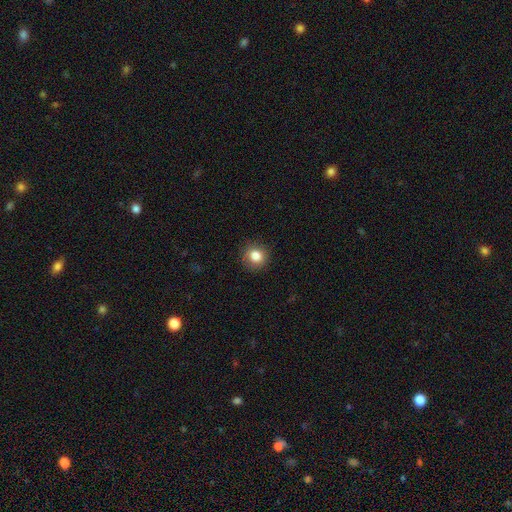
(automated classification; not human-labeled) smooth_or_featured: smooth (p=0.84) [alt: star or artifact p=0.10]
how_rounded: round (p=0.86) [alt: in between p=0.13]
merging: none (p=0.89) [alt: minor disturbance p=0.08]